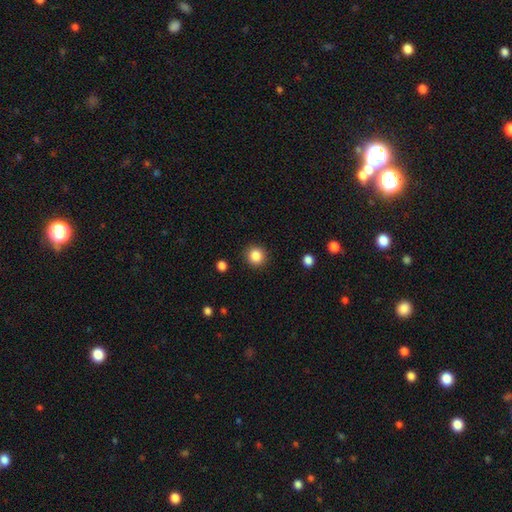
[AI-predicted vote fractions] Smooth or featured? smooth (86%)
How rounded? round (93%)
Merging? none (91%)